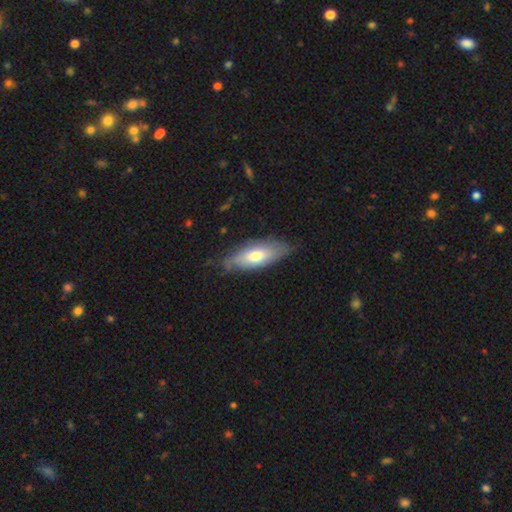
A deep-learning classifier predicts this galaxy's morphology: smooth 63%, featured or disk 31%, star or artifact 6%. Down the decision tree: how rounded — in between (72%); merging — none (73%).